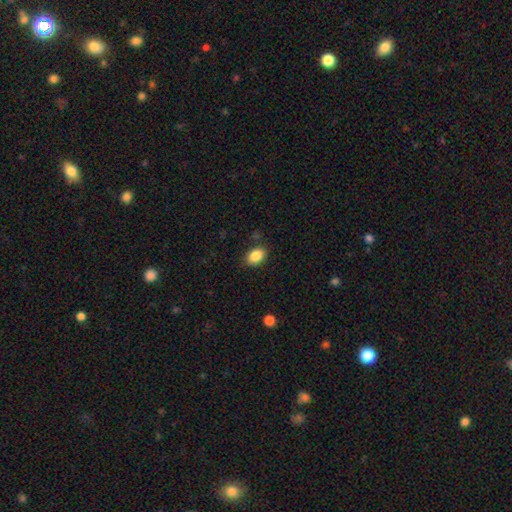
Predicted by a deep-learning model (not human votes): smooth_or_featured: smooth (p=0.87) [alt: star or artifact p=0.08]
how_rounded: in between (p=0.80) [alt: round p=0.19]
merging: none (p=0.83) [alt: minor disturbance p=0.12]